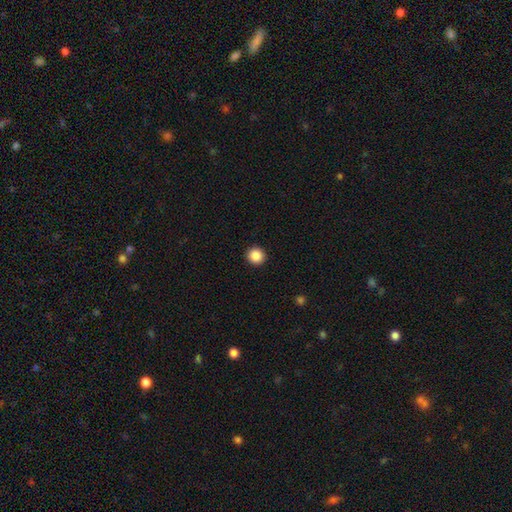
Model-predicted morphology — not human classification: Smooth or featured?
  - smooth: 88% *
  - star or artifact: 9%
  - featured or disk: 3%
How rounded?
  - round: 95% *
  - in between: 4%
  - cigar-shaped: 1%
Merging?
  - none: 94% *
  - minor disturbance: 4%
  - major disturbance: 1%
  - merger: 1%